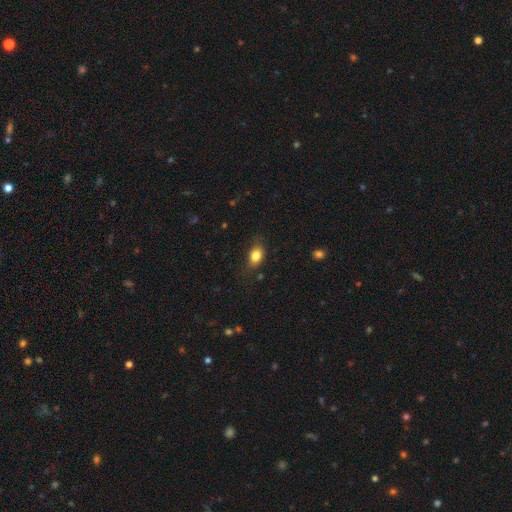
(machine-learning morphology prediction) Q: Smooth or featured?
A: smooth (82%); runner-up: featured or disk (9%)
Q: How rounded?
A: in between (79%); runner-up: round (19%)
Q: Merging?
A: none (71%); runner-up: minor disturbance (21%)